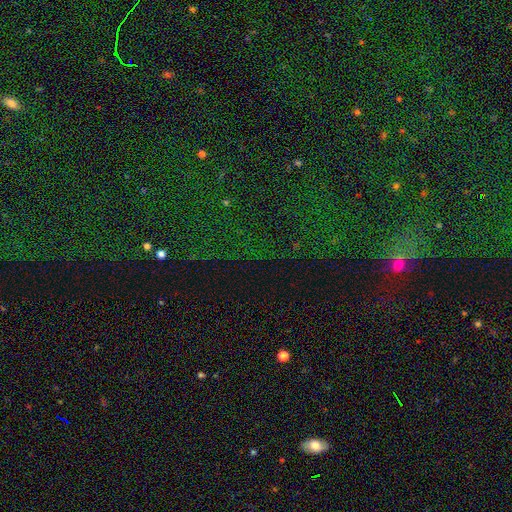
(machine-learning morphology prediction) Smooth or featured? star or artifact (79%)